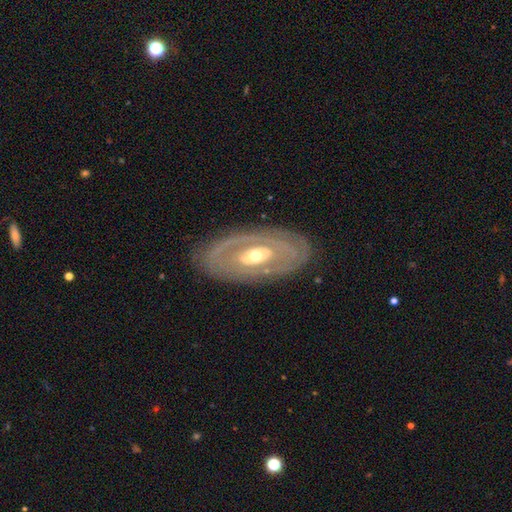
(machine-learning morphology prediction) Smooth or featured: featured or disk — 77% (smooth — 18%)
Edge-on disk: no — 91% (yes — 9%)
Bar: no — 66% (weak — 22%)
Spiral arms: no — 52% (yes — 48%)
Bulge size: moderate — 58% (small — 35%)
Merging: none — 81% (minor disturbance — 12%)